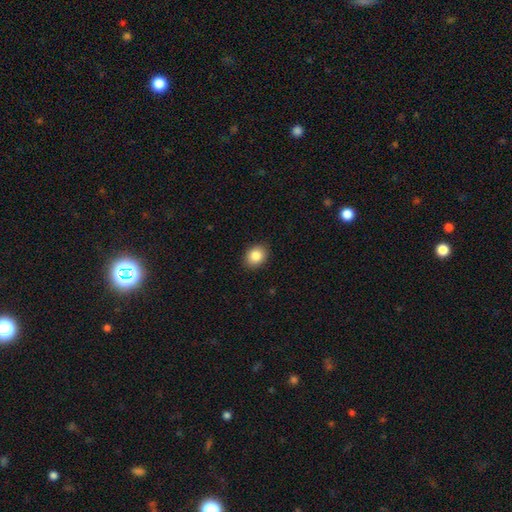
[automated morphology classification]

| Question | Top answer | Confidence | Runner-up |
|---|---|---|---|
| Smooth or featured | smooth | 85% | star or artifact (9%) |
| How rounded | round | 52% | in between (47%) |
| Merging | none | 90% | minor disturbance (7%) |